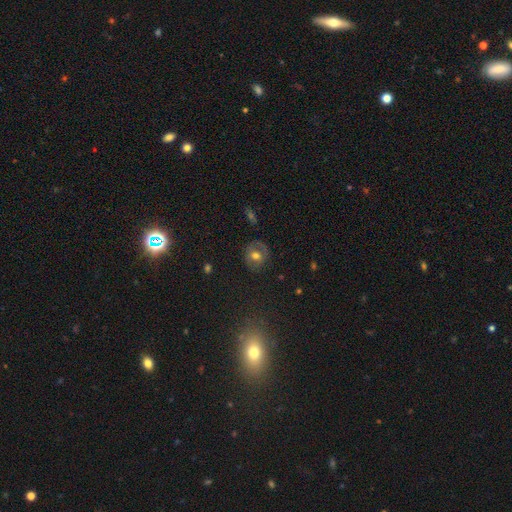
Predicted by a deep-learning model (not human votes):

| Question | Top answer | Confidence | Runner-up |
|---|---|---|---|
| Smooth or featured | smooth | 52% | featured or disk (36%) |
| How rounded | round | 76% | in between (23%) |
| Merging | none | 76% | minor disturbance (16%) |